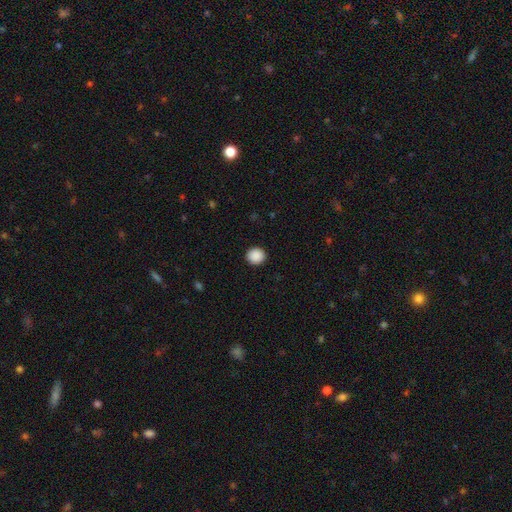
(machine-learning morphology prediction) A smooth galaxy with no disk features (90%) that is round (87%). Merging: none (92%).